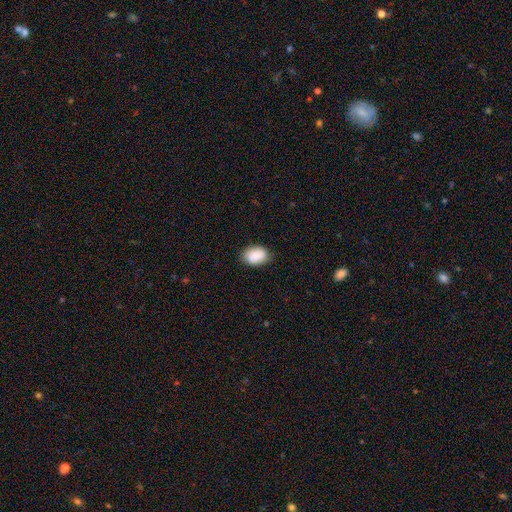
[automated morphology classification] This is clearly a smooth galaxy (89%). How rounded: clearly in between (80%). Merging: clearly none (85%).